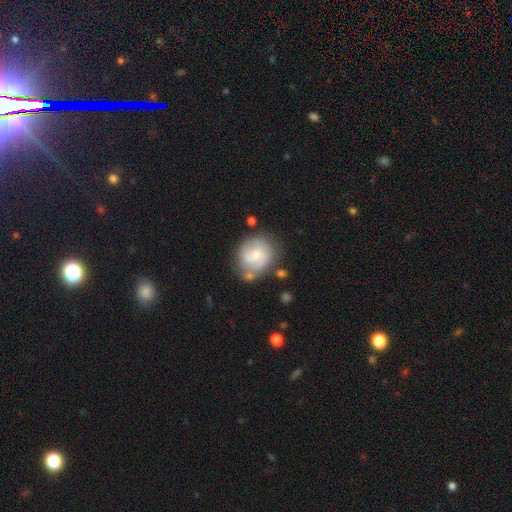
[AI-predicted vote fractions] The model was most divided on "smooth or featured": featured or disk: 54%, smooth: 39%, star or artifact: 7%. More confident: edge-on disk — no (98%); spiral arms — yes (83%); merging — none (63%); bar — no (56%); bulge size — small (53%).